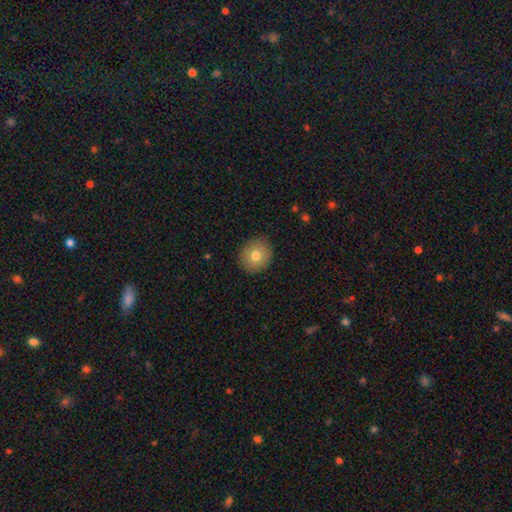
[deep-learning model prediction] Smooth or featured? smooth (77%)
How rounded? round (85%)
Merging? none (90%)